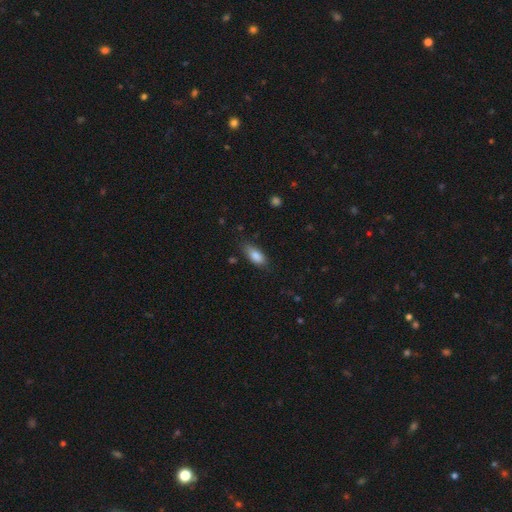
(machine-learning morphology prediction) smooth 84%, featured or disk 9%, star or artifact 7%. Down the decision tree: how rounded — in between (84%); merging — none (76%).